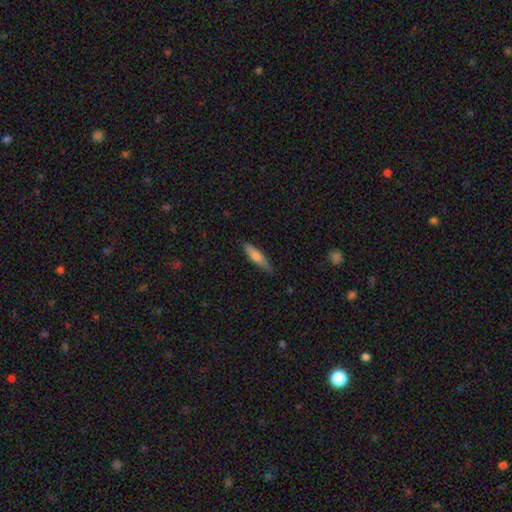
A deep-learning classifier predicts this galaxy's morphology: This is likely a smooth galaxy (64%). How rounded: clearly cigar-shaped (80%). Merging: clearly none (83%).